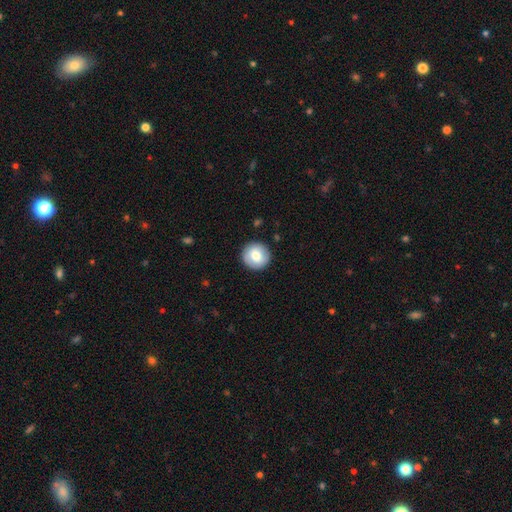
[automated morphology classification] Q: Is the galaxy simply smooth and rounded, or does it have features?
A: smooth — 76%.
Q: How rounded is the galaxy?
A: round — 95%.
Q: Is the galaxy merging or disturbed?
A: none — 91%.